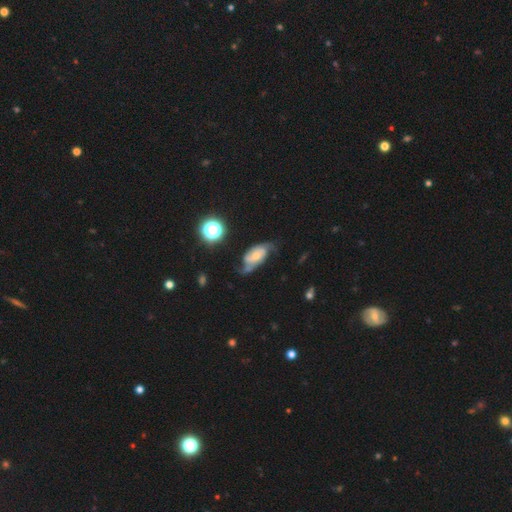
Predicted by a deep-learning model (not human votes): smooth-or-featured: featured or disk: 69% | smooth: 22% | star or artifact: 9%
  disk-edge-on: no: 94% | yes: 6%
    bar: no: 60% | weak: 31% | strong: 9%
    has-spiral-arms: yes: 90% | no: 10%
      spiral-winding: medium: 42% | loose: 34% | tight: 25%
      spiral-arm-count: 2: 77% | can't tell: 12% | 1: 4% | 3: 4% | 4: 1% | more than 4: 1%
    bulge-size: small: 54% | moderate: 36% | none: 5% | large: 4% | dominant: 2%
  merging: none: 50% | minor disturbance: 28% | major disturbance: 18% | merger: 4%